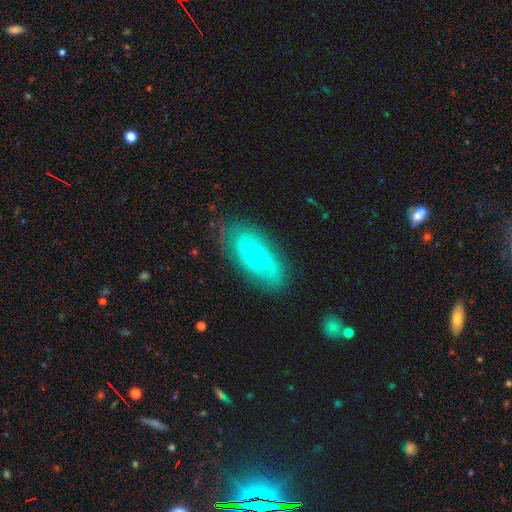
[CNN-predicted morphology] Overall: featured or disk (66%; smooth 27%). Edge-on disk: no (90%). Bar: no (64%; weak 29%). Spiral arms: yes (81%). Bulge size: small (81%). Merging: none (73%).